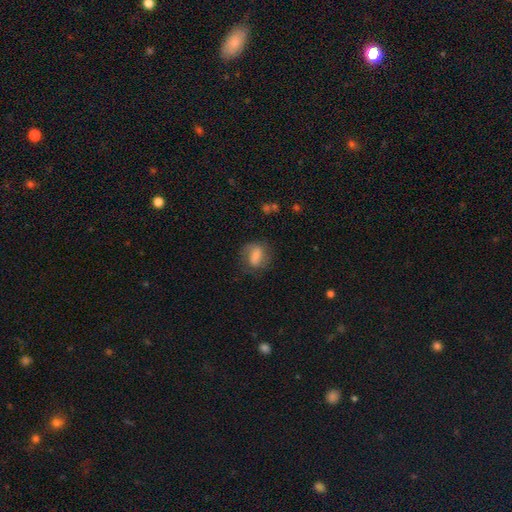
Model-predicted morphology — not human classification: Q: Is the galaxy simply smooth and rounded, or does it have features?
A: smooth — 60%.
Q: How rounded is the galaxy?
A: in between — 63%.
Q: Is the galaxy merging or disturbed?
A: none — 63%.